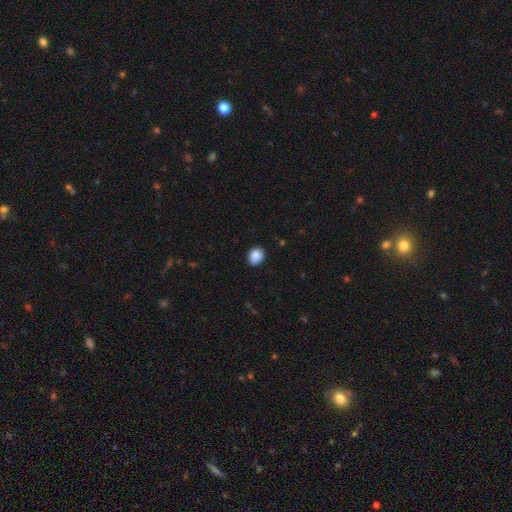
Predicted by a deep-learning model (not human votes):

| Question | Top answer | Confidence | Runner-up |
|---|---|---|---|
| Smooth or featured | smooth | 89% | star or artifact (8%) |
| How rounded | in between | 58% | round (42%) |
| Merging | none | 88% | minor disturbance (9%) |